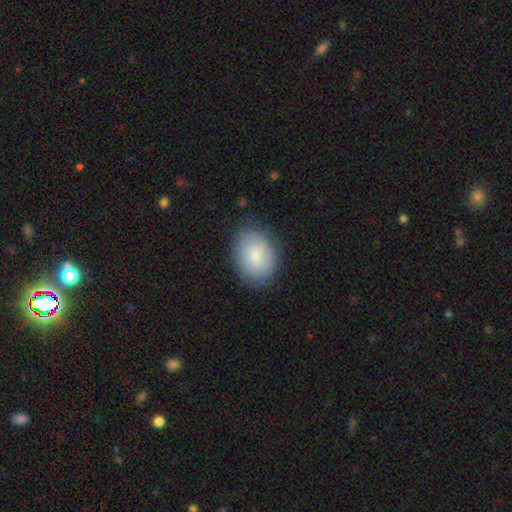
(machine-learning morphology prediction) A smooth galaxy with no disk features (80%) that is in between round and cigar-shaped (76%).

Vote fractions:
- Smooth or featured? smooth: 80% / featured or disk: 13% / star or artifact: 7%
- How rounded? in between: 76% / round: 23% / cigar-shaped: 1%
- Merging? none: 78% / minor disturbance: 17% / major disturbance: 4% / merger: 1%